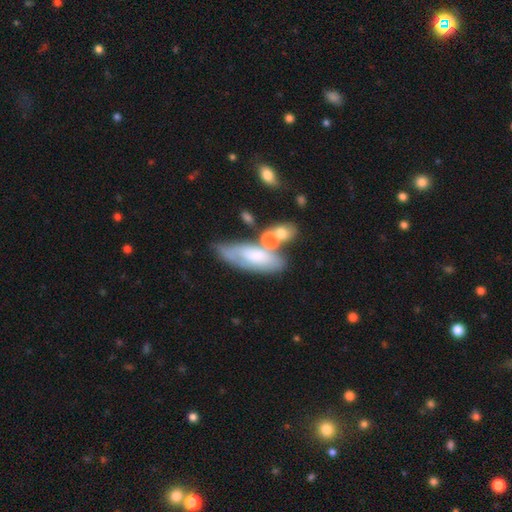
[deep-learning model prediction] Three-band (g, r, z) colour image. It shows a smooth galaxy with no disk features (56%) that is in between round and cigar-shaped (71%). Merging: none (40%).